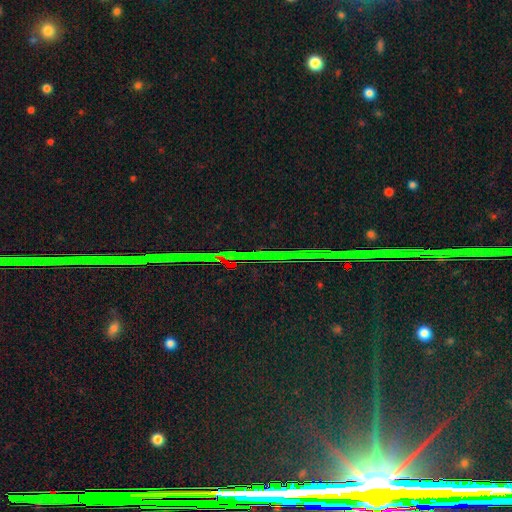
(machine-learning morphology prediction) Smooth or featured? star or artifact (86%)